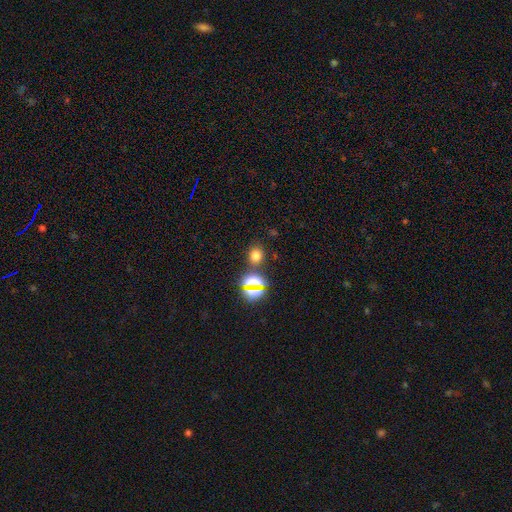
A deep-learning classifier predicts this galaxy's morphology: Smooth or featured? Predicted: smooth (p=0.66). How rounded? Predicted: round (p=0.65). Merging? Predicted: none (p=0.76).